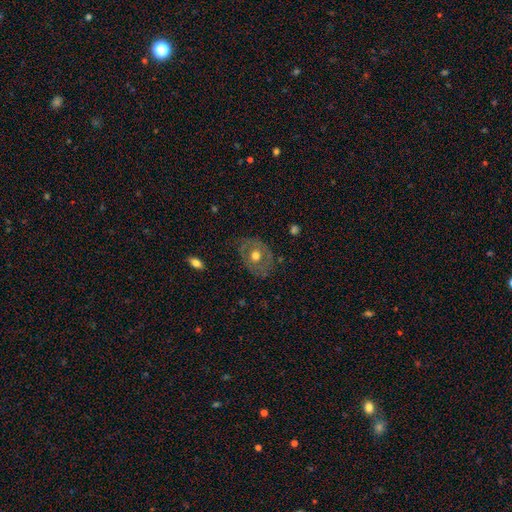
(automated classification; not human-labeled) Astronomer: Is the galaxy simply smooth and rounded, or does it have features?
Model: featured or disk — 53% (runner-up: smooth, 39%).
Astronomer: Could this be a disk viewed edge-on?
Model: no — 94%.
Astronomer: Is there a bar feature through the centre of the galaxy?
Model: no — 87%.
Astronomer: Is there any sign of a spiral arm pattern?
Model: no — 78%.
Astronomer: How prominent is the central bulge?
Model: moderate — 77%.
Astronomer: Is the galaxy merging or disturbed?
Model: none — 73%.